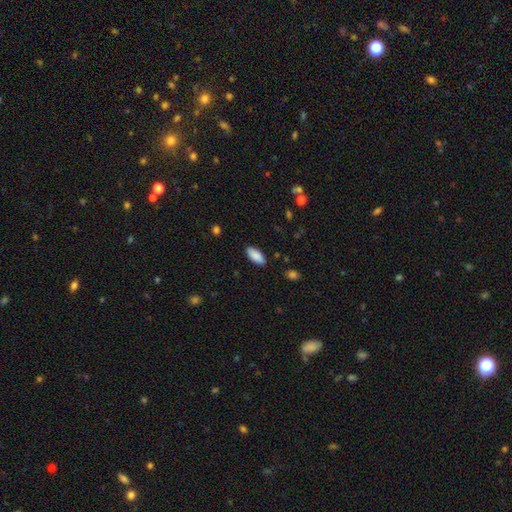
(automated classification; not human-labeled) Overall: smooth (89%). How rounded: in between (88%). Merging: none (87%).